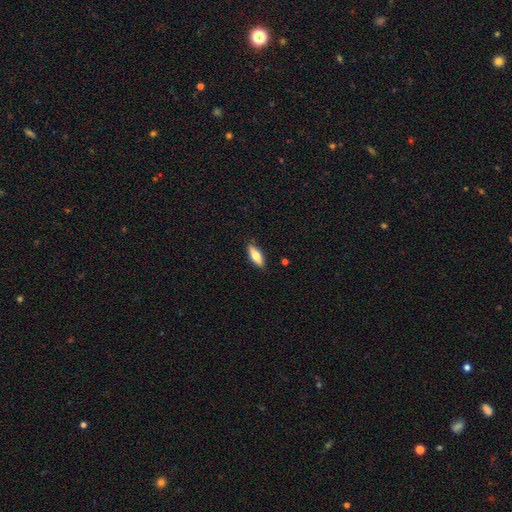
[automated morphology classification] smooth 61%, featured or disk 33%, star or artifact 6%. Down the decision tree: how rounded — in between (57%); merging — none (87%).